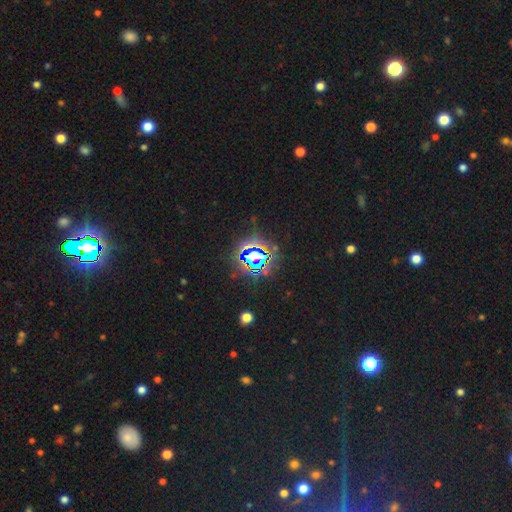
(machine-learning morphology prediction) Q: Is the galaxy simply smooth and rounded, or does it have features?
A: star or artifact — 73%.